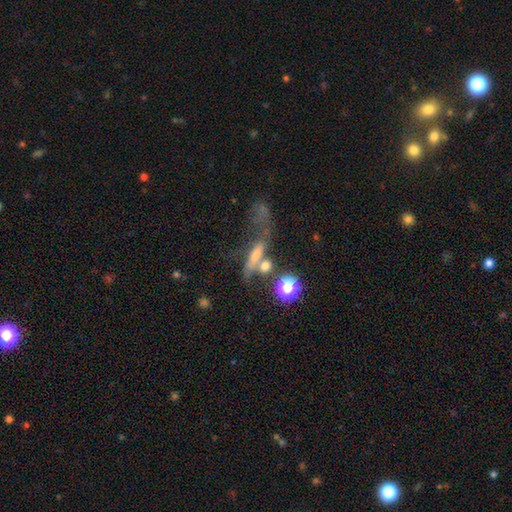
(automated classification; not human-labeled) Smooth or featured?
  - featured or disk: 42% *
  - smooth: 40%
  - star or artifact: 18%
Merging?
  - merger: 30% *
  - none: 28%
  - major disturbance: 27%
  - minor disturbance: 15%